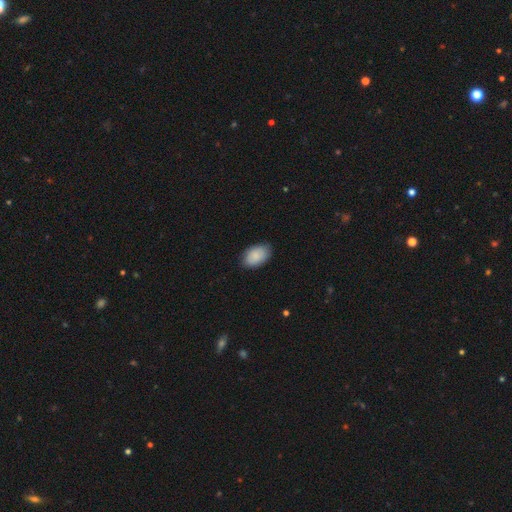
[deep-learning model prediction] Smooth or featured? smooth (88%)
How rounded? in between (91%)
Merging? none (83%)